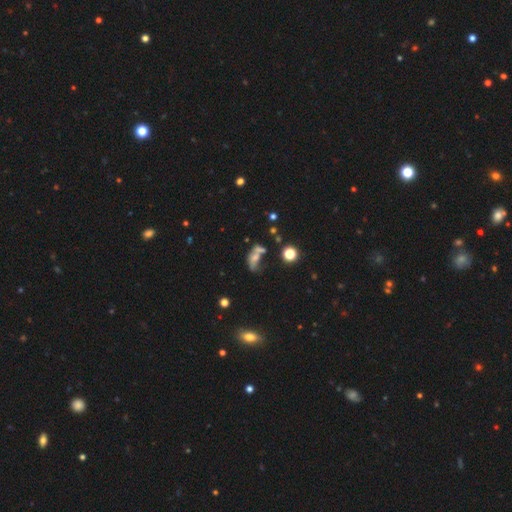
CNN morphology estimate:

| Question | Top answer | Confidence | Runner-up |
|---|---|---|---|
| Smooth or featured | smooth | 48% | featured or disk (31%) |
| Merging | merger | 38% | none (24%) |